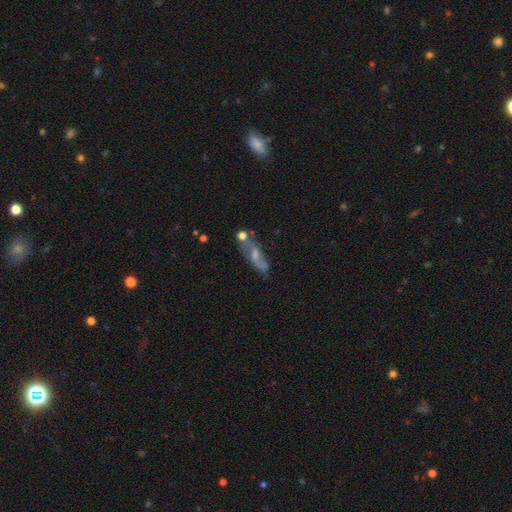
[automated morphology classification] featured or disk 59%, smooth 30%, star or artifact 11%. Down the decision tree: edge-on disk — no (76%); merging — none (53%).